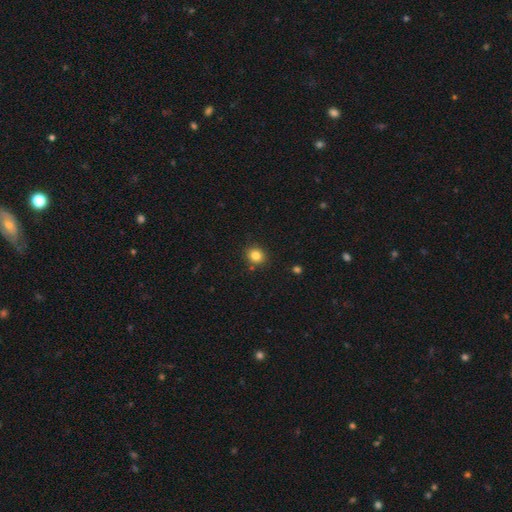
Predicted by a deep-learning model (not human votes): Morphology: type=smooth (82%); roundness=round (74%); merging=none (86%).